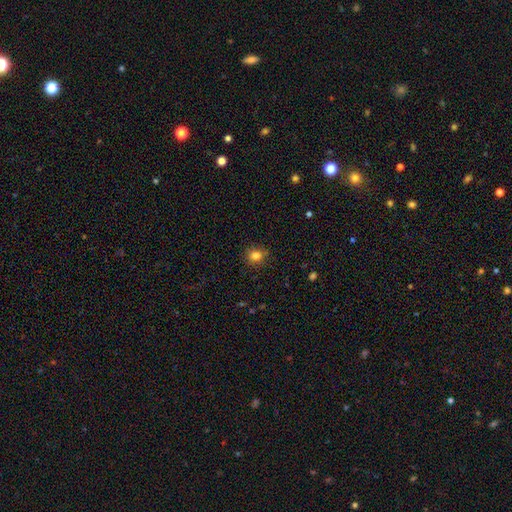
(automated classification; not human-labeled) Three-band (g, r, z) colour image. It shows a smooth galaxy with no disk features (81%) that is round (82%). Merging: none (86%).